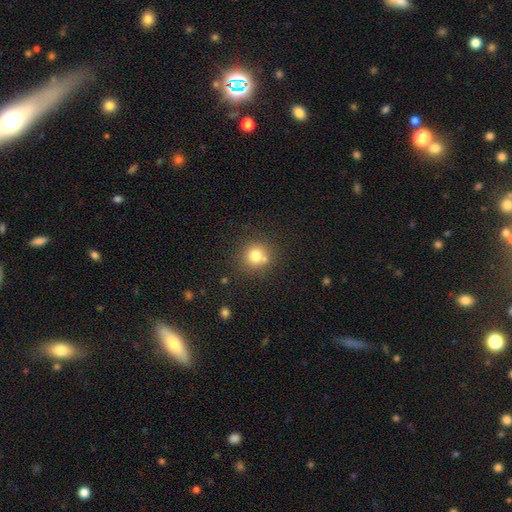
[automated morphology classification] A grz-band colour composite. It shows a smooth galaxy with no disk features (75%) that is round (91%). Merging: none (73%).